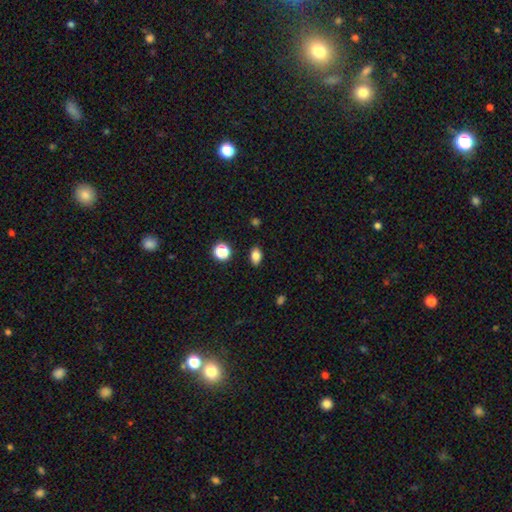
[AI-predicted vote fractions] A smooth galaxy with no disk features (82%) that is in between round and cigar-shaped (82%).

Vote fractions:
- Smooth or featured? smooth: 82% / star or artifact: 12% / featured or disk: 6%
- How rounded? in between: 82% / round: 16% / cigar-shaped: 2%
- Merging? none: 87% / minor disturbance: 9% / major disturbance: 2% / merger: 1%